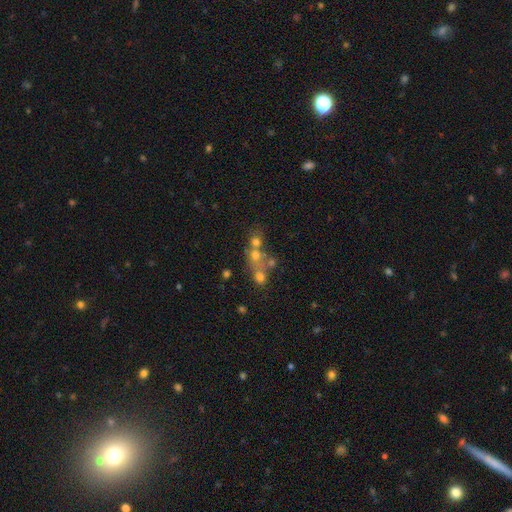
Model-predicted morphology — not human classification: This appears to be a smooth galaxy with no disk features (40%). Merging: merger (47%).